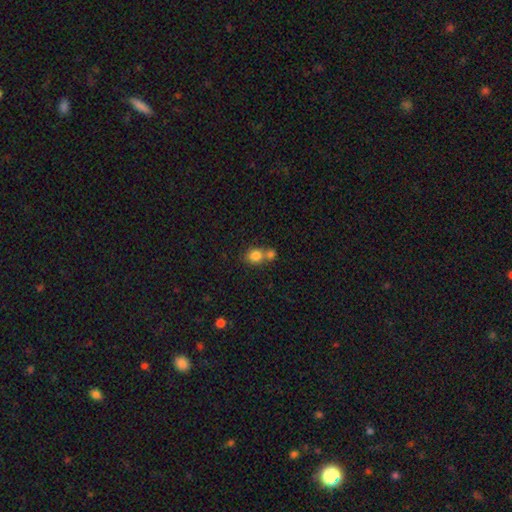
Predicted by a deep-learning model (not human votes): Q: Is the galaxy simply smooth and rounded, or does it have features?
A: smooth — 83%.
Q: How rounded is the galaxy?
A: round — 72%.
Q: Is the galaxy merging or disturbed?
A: none — 44%, tied with merger.